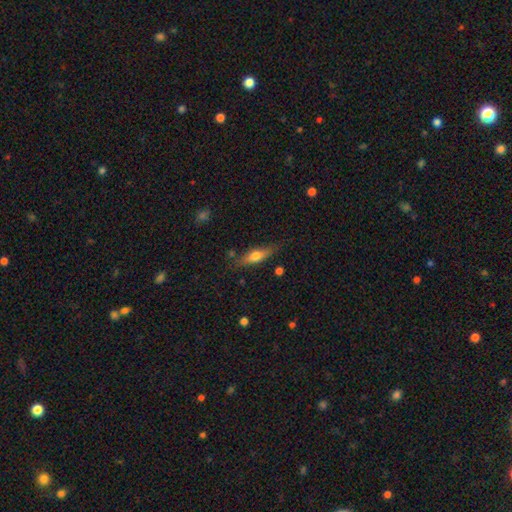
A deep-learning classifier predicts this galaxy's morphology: Overall: smooth (56%; featured or disk 37%). How rounded: cigar-shaped (58%; in between 39%). Merging: none (78%).